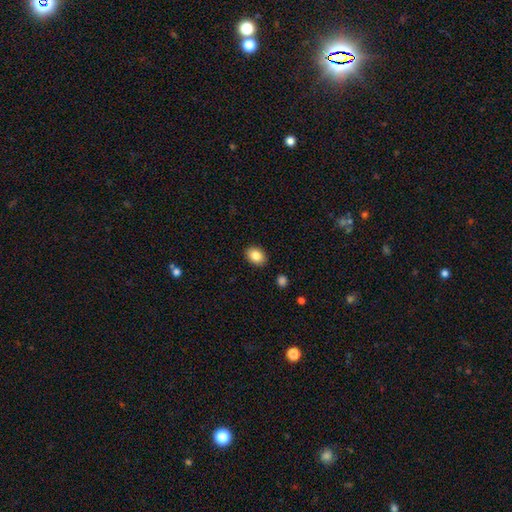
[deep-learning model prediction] This is clearly a smooth galaxy (84%). How rounded: likely in between (75%). Merging: clearly none (89%).